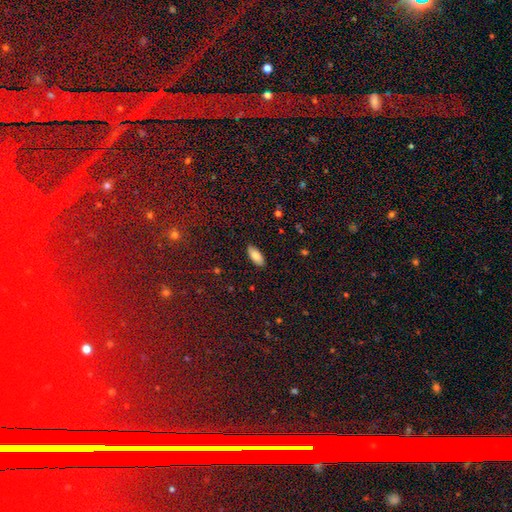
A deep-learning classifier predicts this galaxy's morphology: Smooth or featured: smooth — 84% (featured or disk — 8%)
How rounded: in between — 87% (cigar-shaped — 11%)
Merging: none — 89% (minor disturbance — 8%)